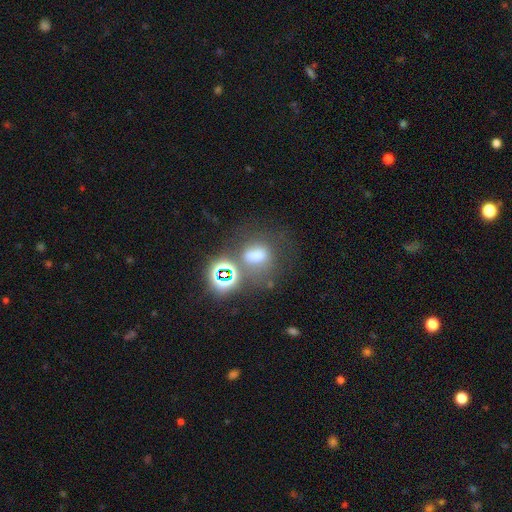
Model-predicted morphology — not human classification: This is possibly a smooth galaxy (57%). How rounded: possibly round (51%). Merging: possibly none (47%).